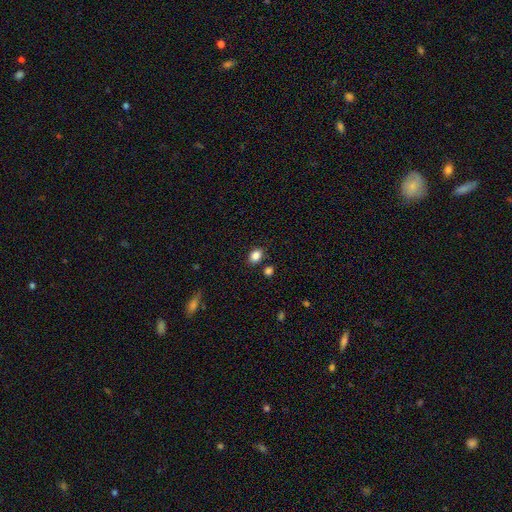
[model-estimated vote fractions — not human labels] This appears to be a smooth galaxy with no disk features (85%) that is in between round and cigar-shaped (64%). Merging: none (82%).